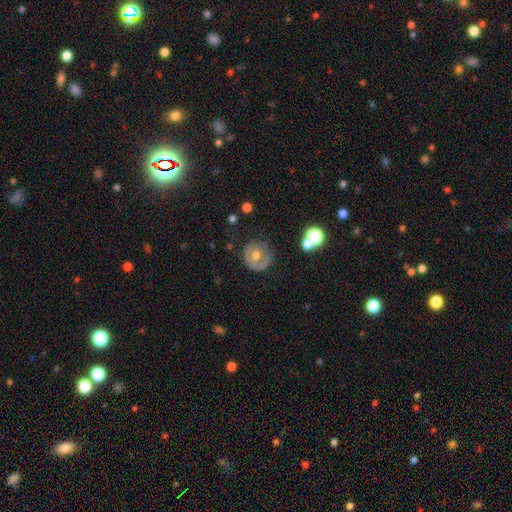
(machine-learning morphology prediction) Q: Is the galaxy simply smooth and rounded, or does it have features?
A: featured or disk — 51%.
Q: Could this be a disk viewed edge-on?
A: no — 96%.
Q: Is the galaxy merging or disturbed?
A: none — 71%.